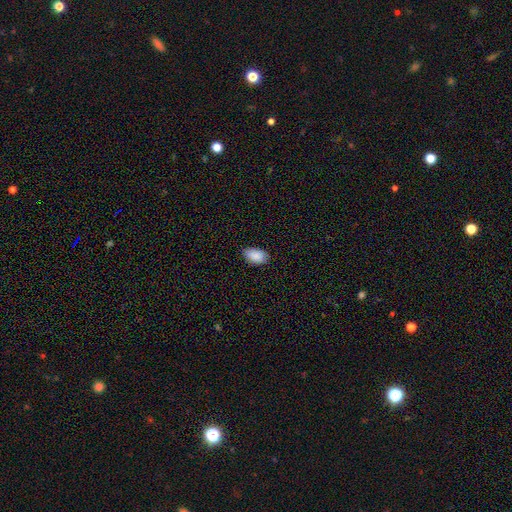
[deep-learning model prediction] A smooth galaxy with no disk features (89%) that is in between round and cigar-shaped (93%). Merging: none (79%).